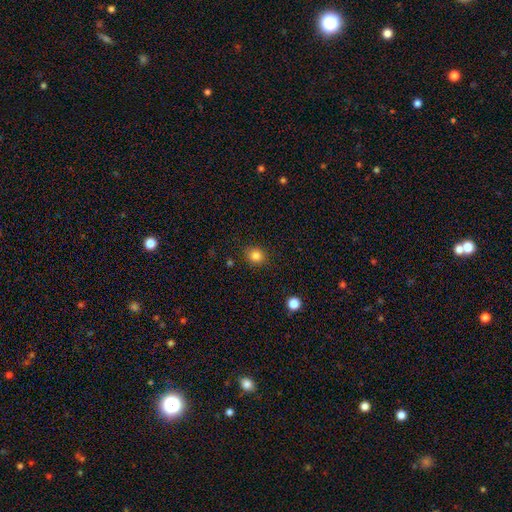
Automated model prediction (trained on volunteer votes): Overall: smooth (84%). How rounded: round (81%). Merging: none (88%).